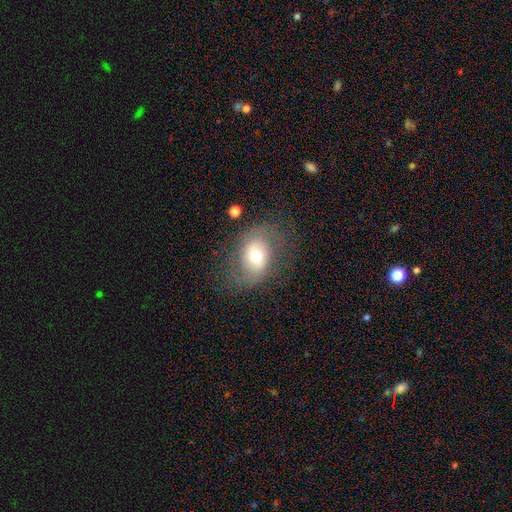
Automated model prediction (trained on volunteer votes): A smooth galaxy with no disk features (46%).

Vote fractions:
- Smooth or featured? smooth: 46% / featured or disk: 44% / star or artifact: 10%
- Merging? none: 66% / minor disturbance: 19% / major disturbance: 13% / merger: 2%